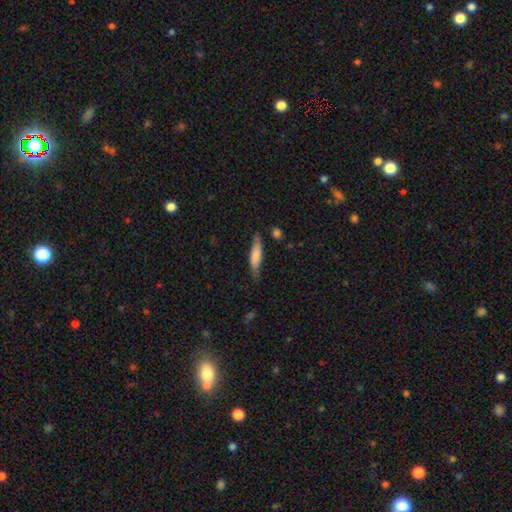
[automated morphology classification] smooth 73%, featured or disk 22%, star or artifact 6%. Down the decision tree: how rounded — cigar-shaped (73%); merging — none (68%).